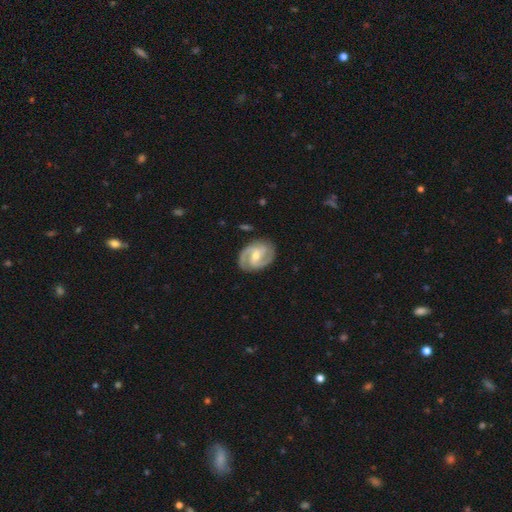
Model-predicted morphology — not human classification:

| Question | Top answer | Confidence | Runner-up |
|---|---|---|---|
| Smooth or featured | featured or disk | 89% | smooth (7%) |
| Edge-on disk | no | 98% | yes (2%) |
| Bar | weak | 49% | no (27%) |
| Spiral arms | yes | 97% | no (3%) |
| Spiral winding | medium | 49% | tight (41%) |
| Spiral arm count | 2 | 87% | 3 (5%) |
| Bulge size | moderate | 55% | small (41%) |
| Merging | none | 84% | minor disturbance (12%) |